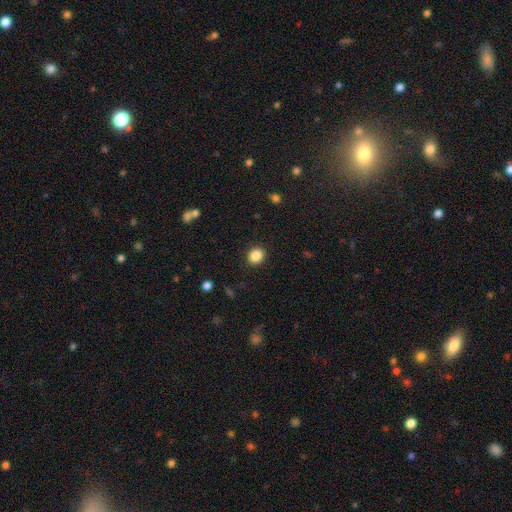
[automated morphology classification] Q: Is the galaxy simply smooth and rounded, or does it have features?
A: smooth — 87%.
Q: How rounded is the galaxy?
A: round — 74%.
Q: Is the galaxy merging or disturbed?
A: none — 91%.